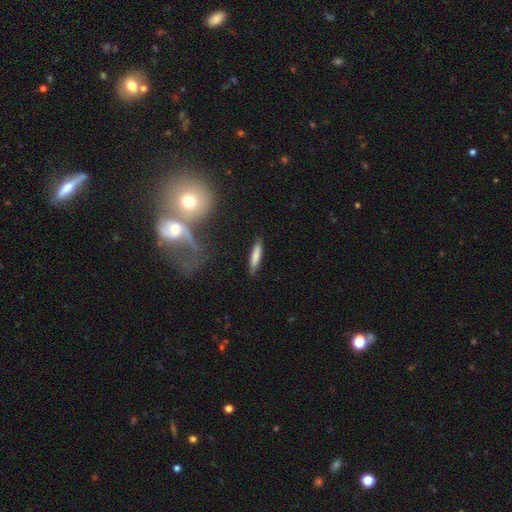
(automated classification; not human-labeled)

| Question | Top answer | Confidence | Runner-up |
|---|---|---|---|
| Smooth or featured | smooth | 78% | featured or disk (16%) |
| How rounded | cigar-shaped | 83% | in between (16%) |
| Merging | none | 86% | minor disturbance (10%) |